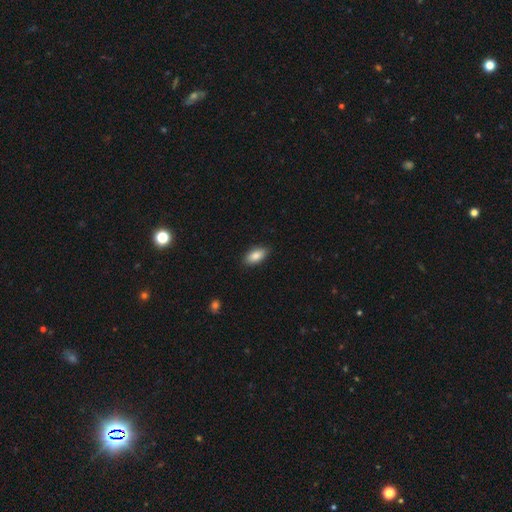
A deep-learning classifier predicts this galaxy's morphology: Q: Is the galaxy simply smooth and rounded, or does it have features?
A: smooth — 87%.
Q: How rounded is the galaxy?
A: in between — 92%.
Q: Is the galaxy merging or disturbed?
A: none — 87%.